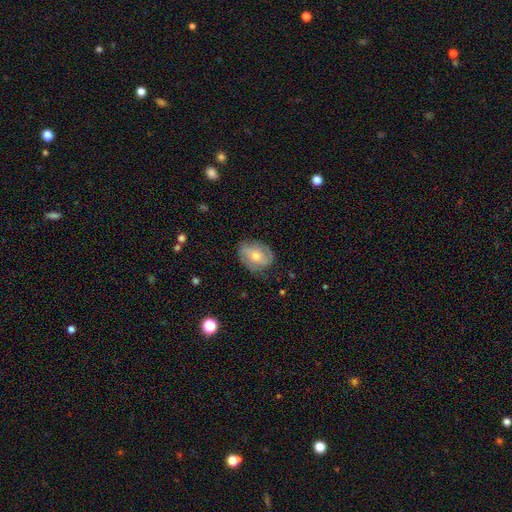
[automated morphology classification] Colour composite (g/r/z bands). It shows a featured or disk galaxy (59%) with no bar (61%), spiral arms (78%) and a moderate central bulge (62%). Merging: none (72%).